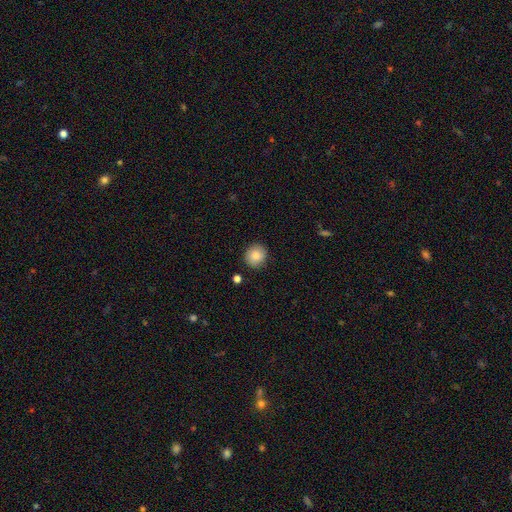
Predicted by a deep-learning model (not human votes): Smooth or featured?
  - smooth: 85% *
  - star or artifact: 8%
  - featured or disk: 6%
How rounded?
  - round: 88% *
  - in between: 12%
  - cigar-shaped: 1%
Merging?
  - none: 88% *
  - minor disturbance: 8%
  - major disturbance: 2%
  - merger: 2%